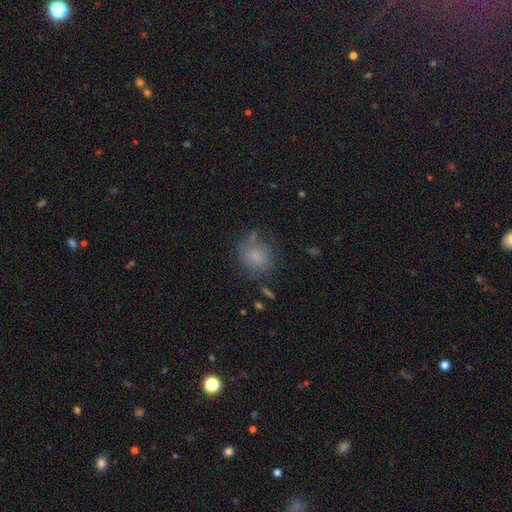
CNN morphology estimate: Smooth or featured? smooth (75%)
How rounded? round (73%)
Merging? none (68%)